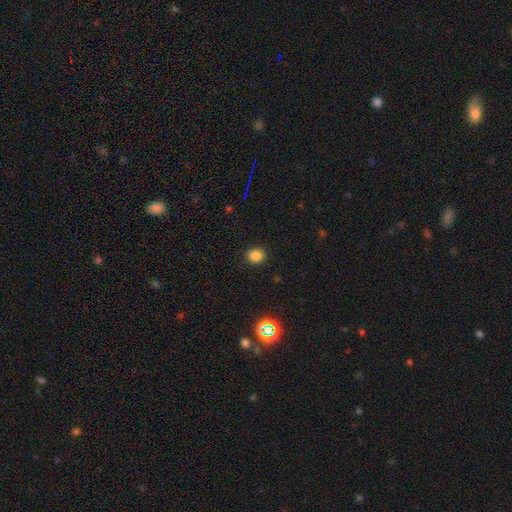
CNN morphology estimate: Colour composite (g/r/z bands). It shows a smooth galaxy with no disk features (82%) that is round (67%). Merging: none (88%).